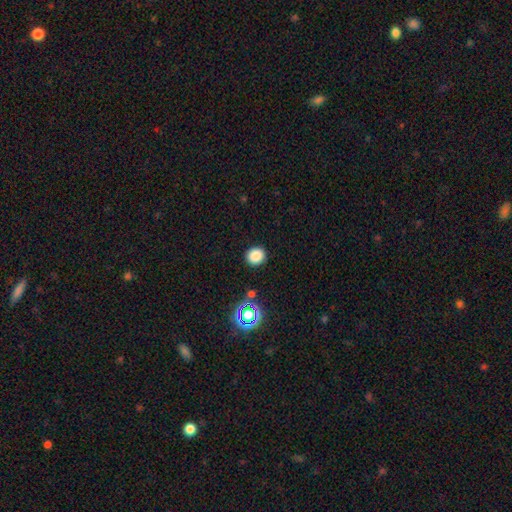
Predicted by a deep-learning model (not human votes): Smooth or featured: smooth — 82% (star or artifact — 14%)
How rounded: round — 83% (in between — 16%)
Merging: none — 89% (minor disturbance — 7%)